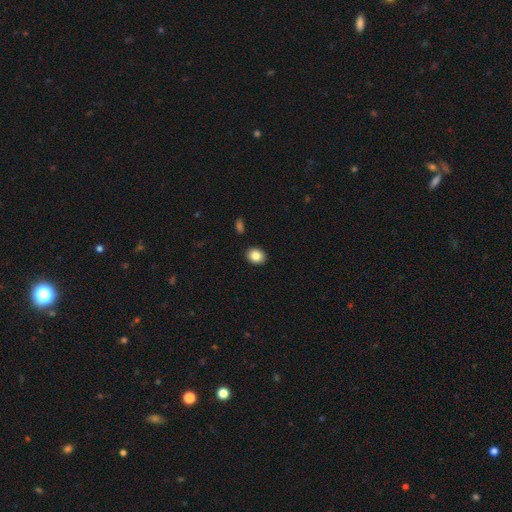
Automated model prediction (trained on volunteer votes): Morphology: type=smooth (85%); roundness=in between (52%); merging=none (90%).